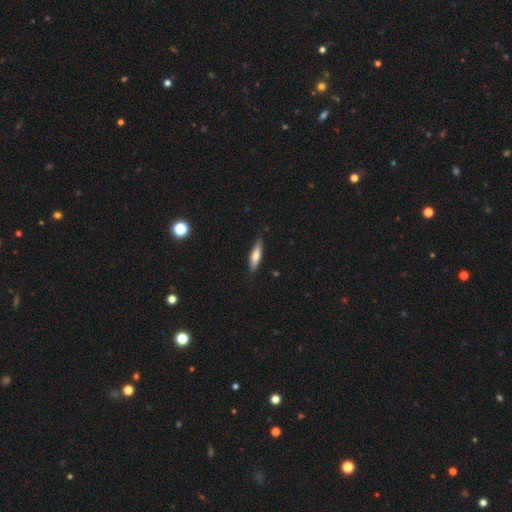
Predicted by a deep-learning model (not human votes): Q: Smooth or featured?
A: smooth (64%); runner-up: featured or disk (30%)
Q: How rounded?
A: cigar-shaped (71%); runner-up: in between (27%)
Q: Merging?
A: none (84%); runner-up: minor disturbance (13%)